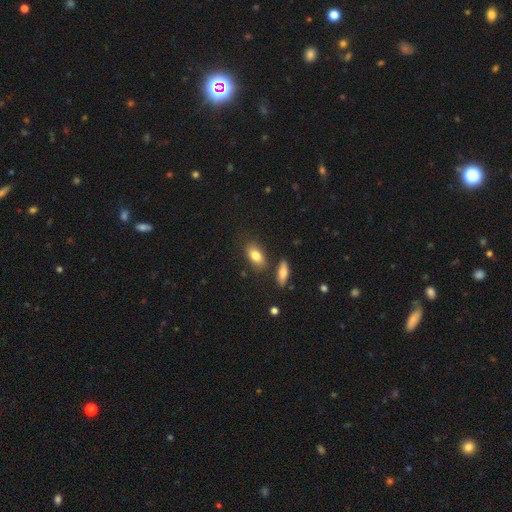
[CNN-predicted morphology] Overall: smooth (82%). How rounded: in between (88%). Merging: none (76%).